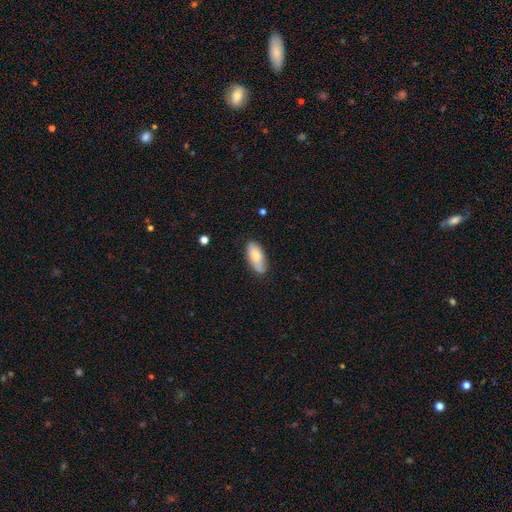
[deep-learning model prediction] smooth-or-featured: smooth: 69% | featured or disk: 24% | star or artifact: 6%
  how-rounded: in between: 90% | cigar-shaped: 7% | round: 3%
  merging: none: 68% | minor disturbance: 25% | major disturbance: 5% | merger: 2%